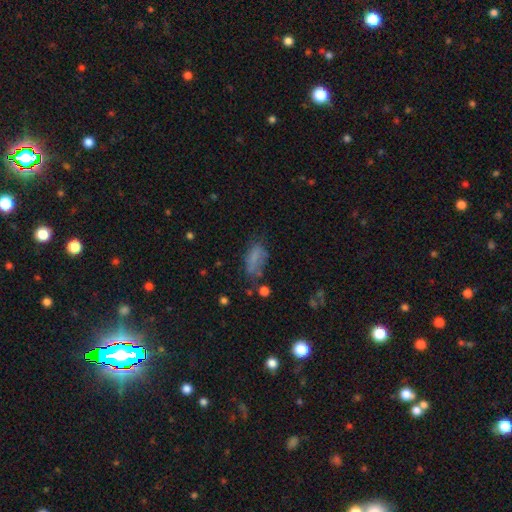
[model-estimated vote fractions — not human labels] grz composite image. It shows a smooth galaxy with no disk features (67%) that is in between round and cigar-shaped (85%). Merging: none (44%).